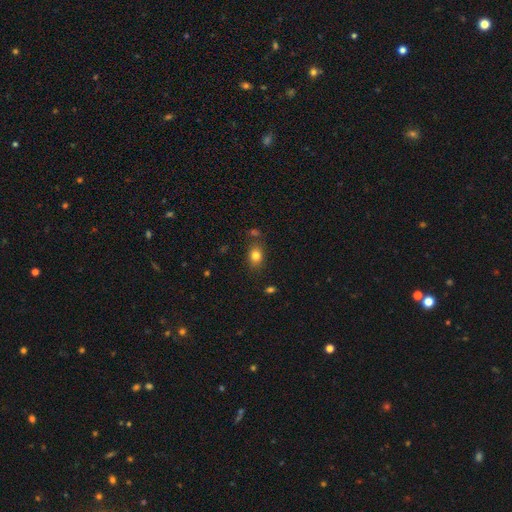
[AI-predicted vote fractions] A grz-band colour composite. It shows a smooth galaxy with no disk features (81%) that is in between round and cigar-shaped (64%). Merging: none (78%).